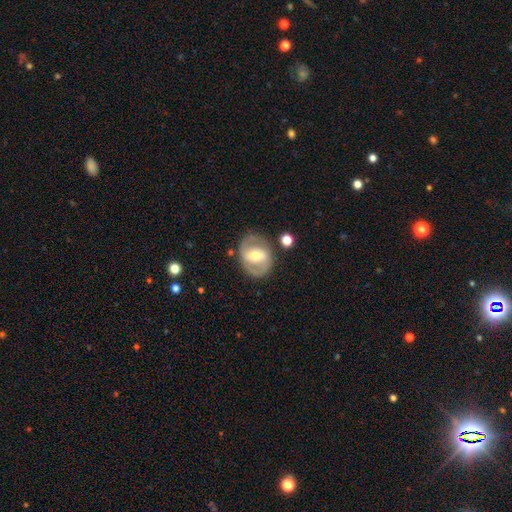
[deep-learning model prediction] The model was most divided on "bar": weak: 42%, strong: 34%, no: 25%. More confident: edge-on disk — no (96%); merging — none (77%); smooth or featured — featured or disk (70%); spiral arms — yes (68%); bulge size — moderate (65%).